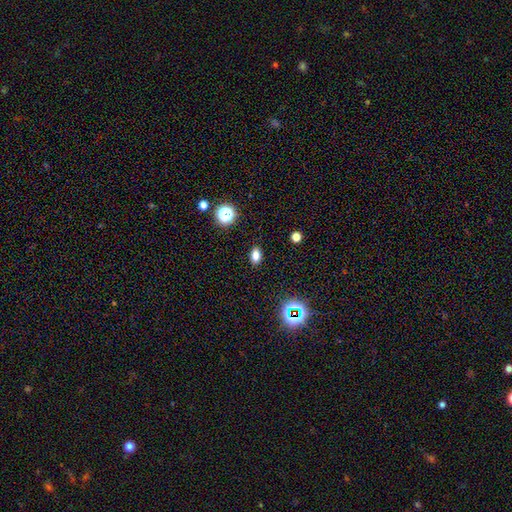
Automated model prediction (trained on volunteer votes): Morphology: type=smooth (77%); roundness=in between (82%); merging=none (88%).